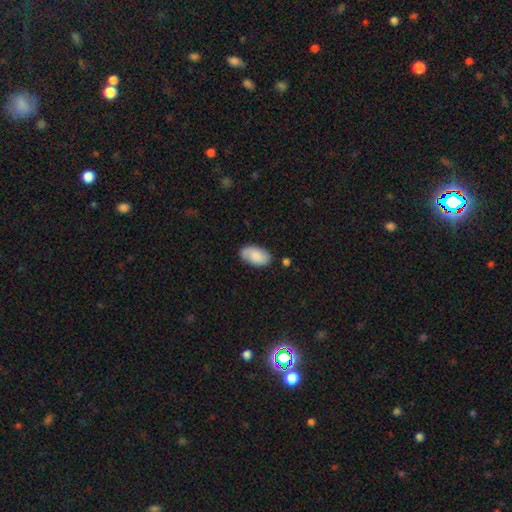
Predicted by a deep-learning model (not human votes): This appears to be a smooth galaxy with no disk features (80%) that is in between round and cigar-shaped (95%). Merging: none (76%).